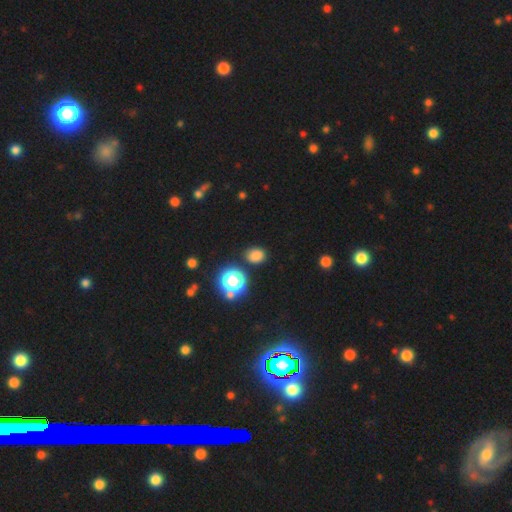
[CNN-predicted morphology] smooth-or-featured: smooth: 76% | star or artifact: 19% | featured or disk: 5%
  how-rounded: round: 49% (tied) | in between: 49% (tied) | cigar-shaped: 1%
  merging: none: 82% | minor disturbance: 11% | merger: 4% | major disturbance: 3%